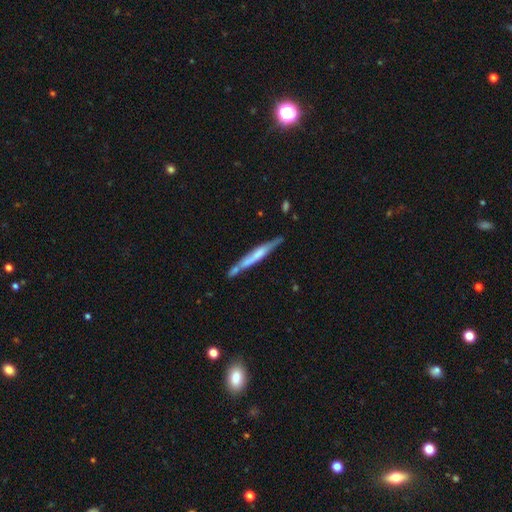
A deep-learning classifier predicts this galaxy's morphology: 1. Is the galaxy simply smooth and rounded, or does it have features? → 51% featured or disk, 43% smooth, 6% star or artifact.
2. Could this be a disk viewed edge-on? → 92% yes, 8% no.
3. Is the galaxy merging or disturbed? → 67% none, 17% minor disturbance, 13% merger, 4% major disturbance.